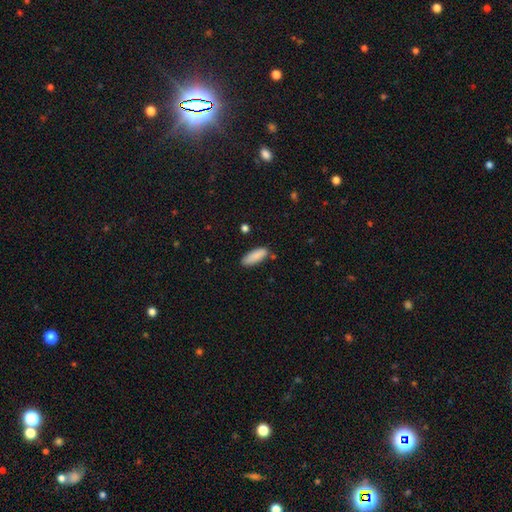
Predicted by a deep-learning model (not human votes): smooth_or_featured: smooth (p=0.89) [alt: star or artifact p=0.06]
how_rounded: in between (p=0.65) [alt: cigar-shaped p=0.34]
merging: none (p=0.81) [alt: minor disturbance p=0.13]